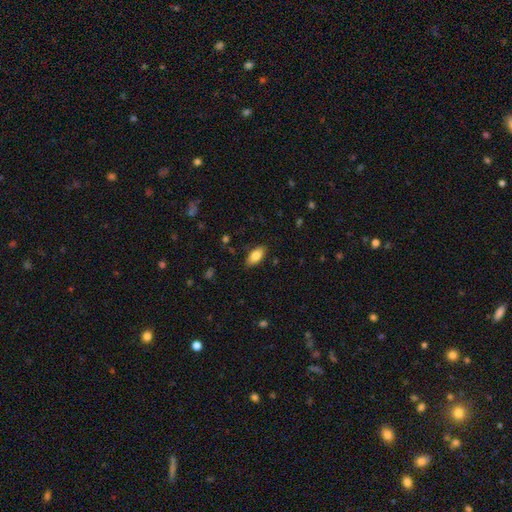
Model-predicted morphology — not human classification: Smooth or featured? Predicted: smooth (p=0.83). How rounded? Predicted: in between (p=0.90). Merging? Predicted: none (p=0.86).